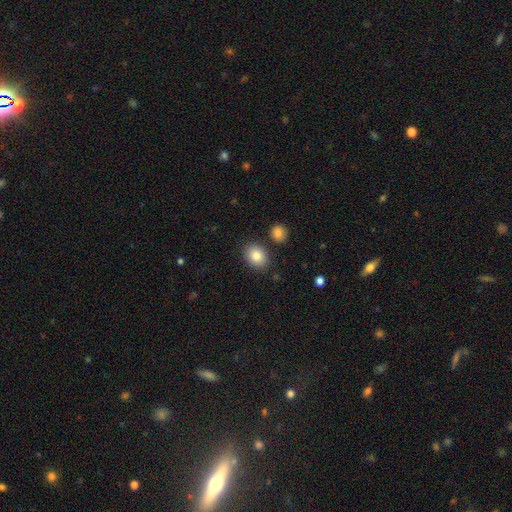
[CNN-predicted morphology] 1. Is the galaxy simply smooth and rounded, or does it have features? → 85% smooth, 8% star or artifact, 7% featured or disk.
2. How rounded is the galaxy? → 63% in between, 36% round, 1% cigar-shaped.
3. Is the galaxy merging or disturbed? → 84% none, 9% minor disturbance, 5% merger, 2% major disturbance.